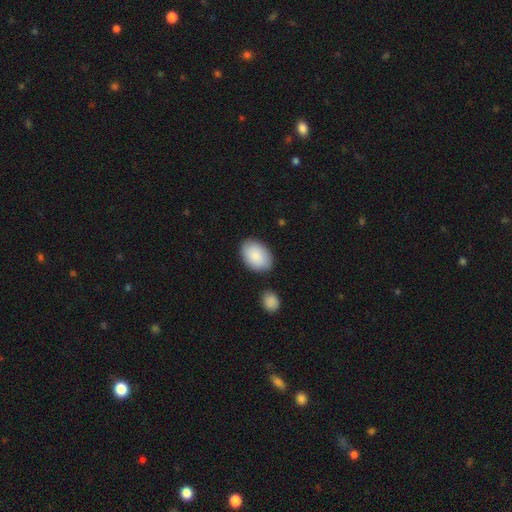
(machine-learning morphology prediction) A smooth galaxy with no disk features (89%) that is in between round and cigar-shaped (89%). Merging: none (78%).